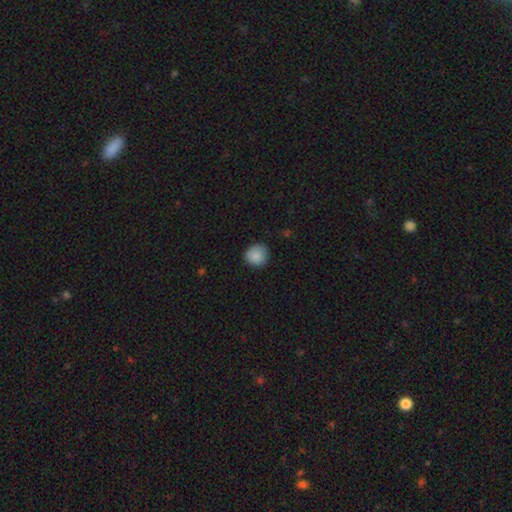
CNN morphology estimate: A smooth galaxy with no disk features (88%) that is round (87%). Merging: none (79%).